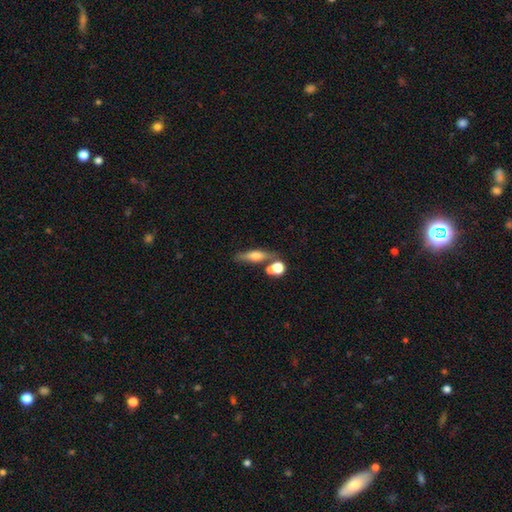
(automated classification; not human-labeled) Smooth or featured? Predicted: smooth (p=0.46). Merging? Predicted: none (p=0.66).